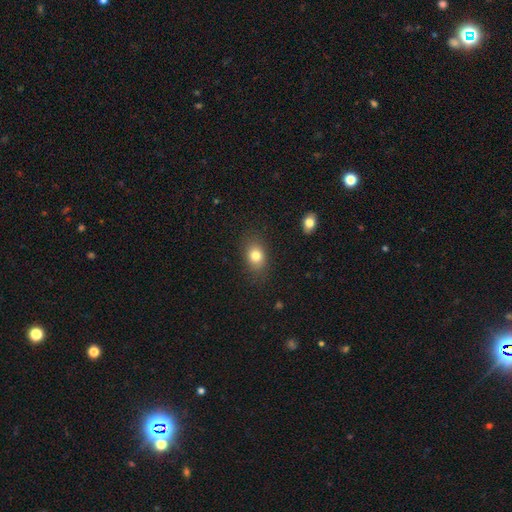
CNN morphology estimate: Smooth or featured? smooth (80%)
How rounded? in between (67%)
Merging? none (83%)